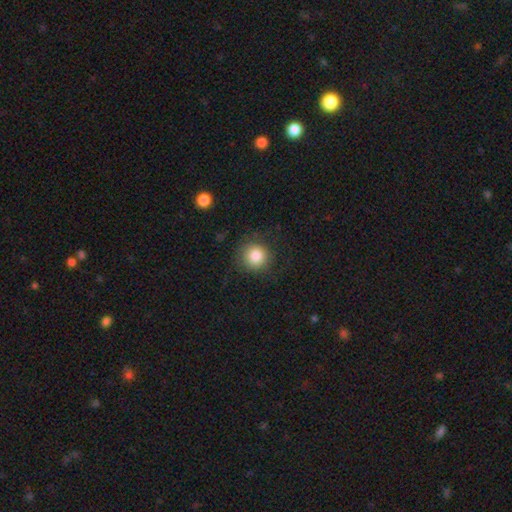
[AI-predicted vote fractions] smooth-or-featured: smooth: 83% | star or artifact: 10% | featured or disk: 7%
  how-rounded: round: 93% | in between: 6% | cigar-shaped: 1%
  merging: none: 84% | minor disturbance: 10% | major disturbance: 5% | merger: 1%